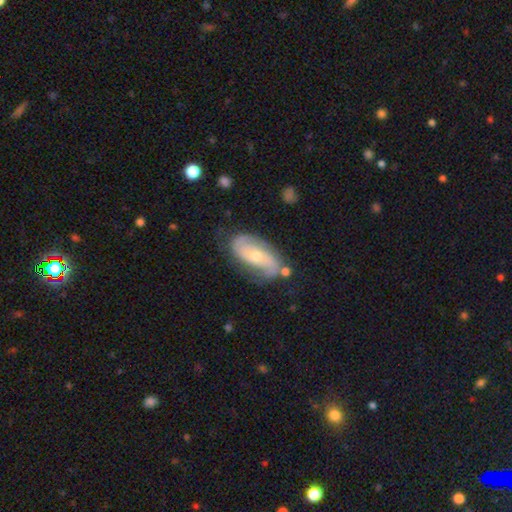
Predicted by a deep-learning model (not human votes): A featured or disk galaxy (77%) with no bar (66%), 2 (75%) tight (42%) spiral arms (89%) and a small central bulge (49%). Merging: none (67%).